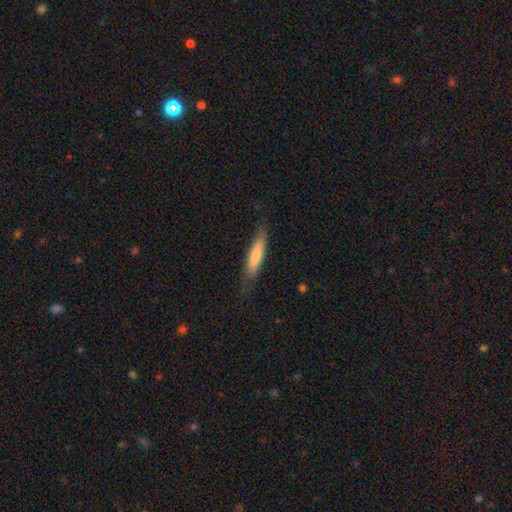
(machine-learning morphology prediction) smooth-or-featured: smooth: 69% | featured or disk: 25% | star or artifact: 5%
  how-rounded: cigar-shaped: 82% | in between: 17% | round: 1%
  merging: none: 77% | minor disturbance: 17% | major disturbance: 5% | merger: 1%